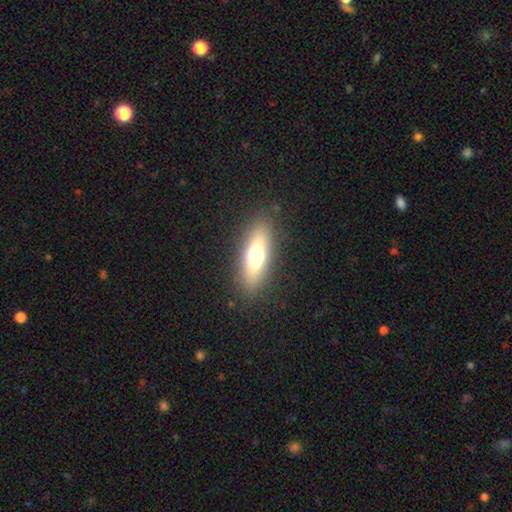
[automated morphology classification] smooth 60%, featured or disk 29%, star or artifact 11%. Down the decision tree: how rounded — in between (58%); merging — none (87%).